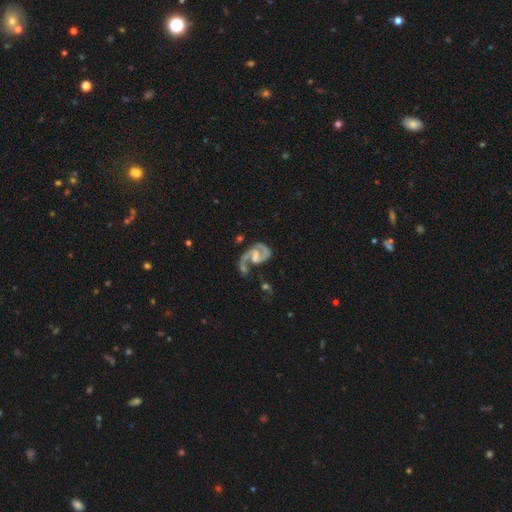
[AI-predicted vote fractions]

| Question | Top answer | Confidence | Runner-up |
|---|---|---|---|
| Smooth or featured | featured or disk | 88% | smooth (7%) |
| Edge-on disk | no | 98% | yes (2%) |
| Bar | weak | 48% | no (33%) |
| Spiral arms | yes | 96% | no (4%) |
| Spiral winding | medium | 53% | loose (27%) |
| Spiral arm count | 2 | 80% | 1 (14%) |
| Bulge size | moderate | 35% | small (33%) |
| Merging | none | 38% | major disturbance (25%) |